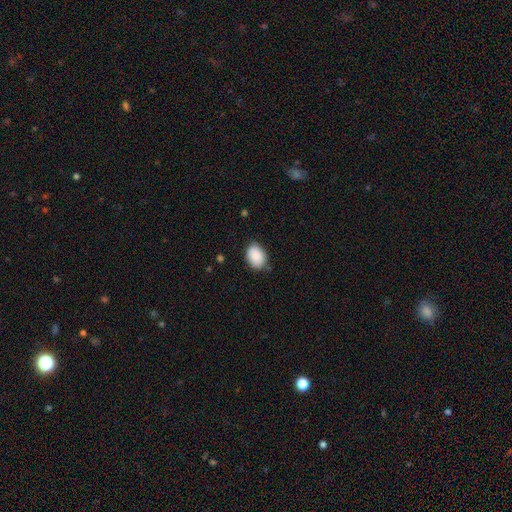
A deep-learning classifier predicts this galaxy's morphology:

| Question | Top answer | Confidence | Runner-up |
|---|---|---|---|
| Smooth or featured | smooth | 88% | star or artifact (7%) |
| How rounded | in between | 78% | round (21%) |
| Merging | none | 76% | minor disturbance (19%) |